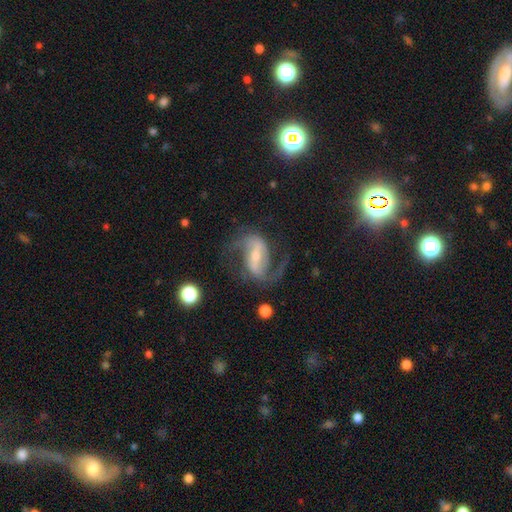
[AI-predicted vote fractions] Smooth or featured: featured or disk — 86% (star or artifact — 7%)
Edge-on disk: no — 96% (yes — 4%)
Bar: strong — 52% (weak — 35%)
Spiral arms: yes — 96% (no — 4%)
Spiral winding: medium — 49% (loose — 39%)
Spiral arm count: 2 — 91% (1 — 3%)
Bulge size: small — 55% (moderate — 35%)
Merging: none — 71% (minor disturbance — 14%)